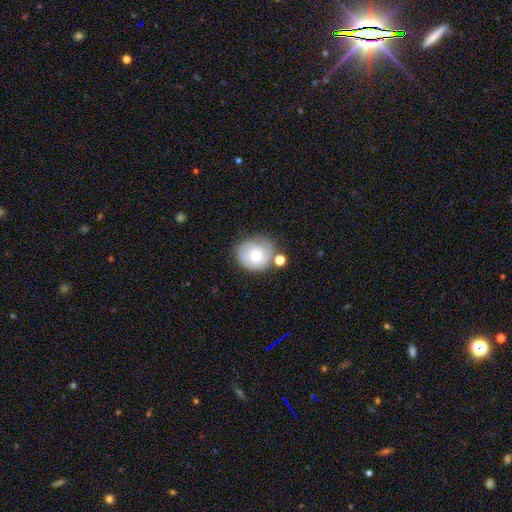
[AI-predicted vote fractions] A smooth galaxy with no disk features (48%). Merging: none (60%).